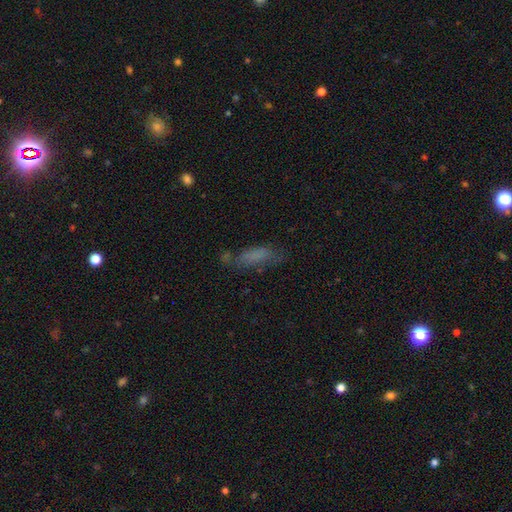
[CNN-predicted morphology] smooth 67%, featured or disk 19%, star or artifact 14%. Down the decision tree: how rounded — cigar-shaped (50%); merging — none (58%).